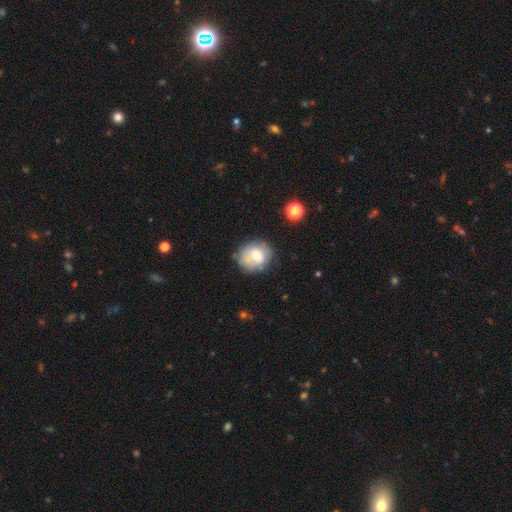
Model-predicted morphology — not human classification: Overall: smooth (69%). How rounded: round (66%; in between 33%). Merging: none (61%; minor disturbance 24%).